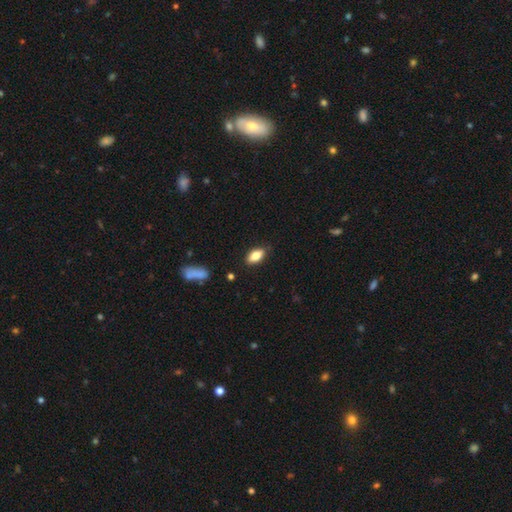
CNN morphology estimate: Smooth or featured: smooth — 78% (featured or disk — 14%)
How rounded: in between — 87% (cigar-shaped — 9%)
Merging: none — 85% (minor disturbance — 11%)